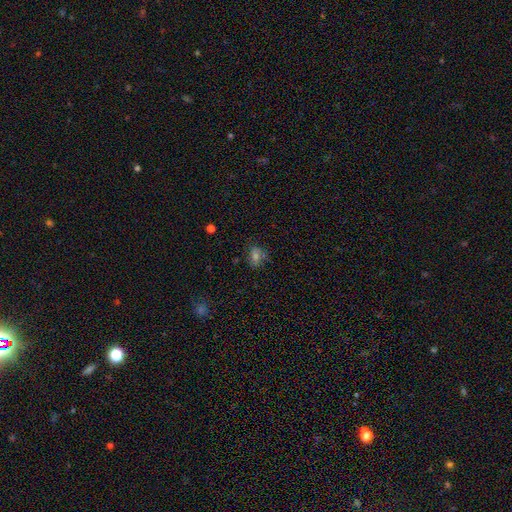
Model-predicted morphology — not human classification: smooth_or_featured: smooth (p=0.50) [alt: star or artifact p=0.29]
how_rounded: in between (p=0.53) [alt: round p=0.45]
merging: none (p=0.69) [alt: minor disturbance p=0.19]